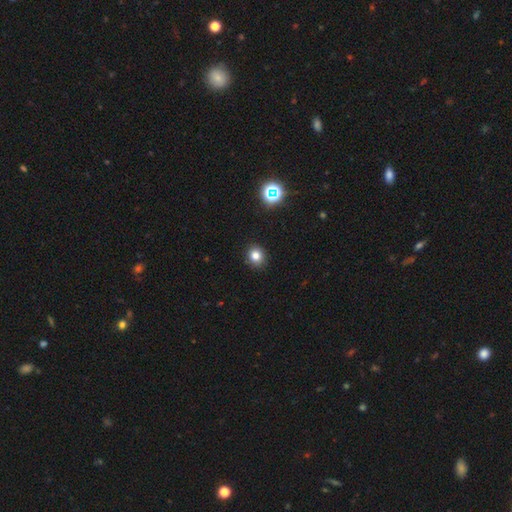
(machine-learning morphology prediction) The model was most divided on "how rounded": round: 77%, in between: 22%, cigar-shaped: 1%. More confident: merging — none (90%); smooth or featured — smooth (79%).